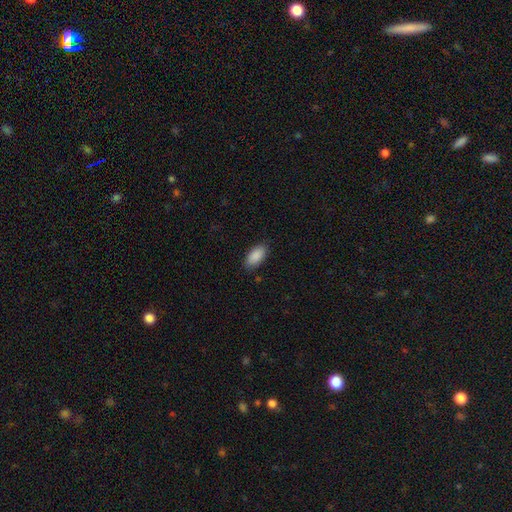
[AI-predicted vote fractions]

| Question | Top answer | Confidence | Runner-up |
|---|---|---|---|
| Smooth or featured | smooth | 89% | star or artifact (6%) |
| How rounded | in between | 91% | cigar-shaped (7%) |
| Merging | none | 85% | minor disturbance (11%) |